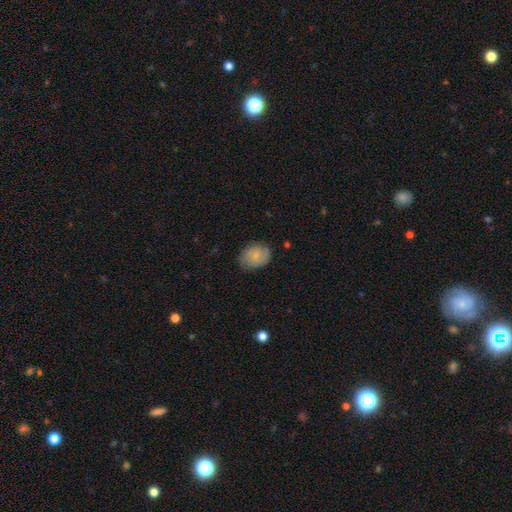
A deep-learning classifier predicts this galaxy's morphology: Smooth or featured?
  - smooth: 68% *
  - featured or disk: 24%
  - star or artifact: 7%
How rounded?
  - in between: 66% *
  - round: 33%
  - cigar-shaped: 1%
Merging?
  - none: 77% *
  - minor disturbance: 18%
  - major disturbance: 4%
  - merger: 1%